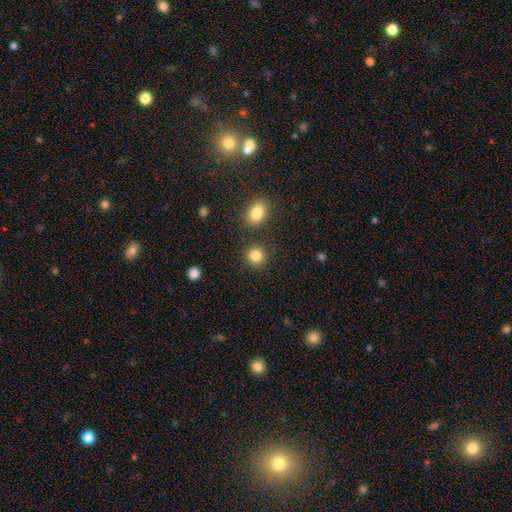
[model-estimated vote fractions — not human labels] Morphology: type=smooth (85%); roundness=round (86%); merging=none (84%).